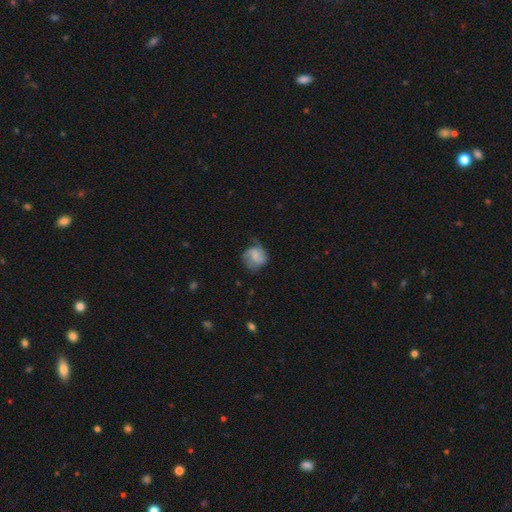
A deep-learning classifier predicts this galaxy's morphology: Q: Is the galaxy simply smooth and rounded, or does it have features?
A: featured or disk — 47%.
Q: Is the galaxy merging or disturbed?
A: none — 48%.